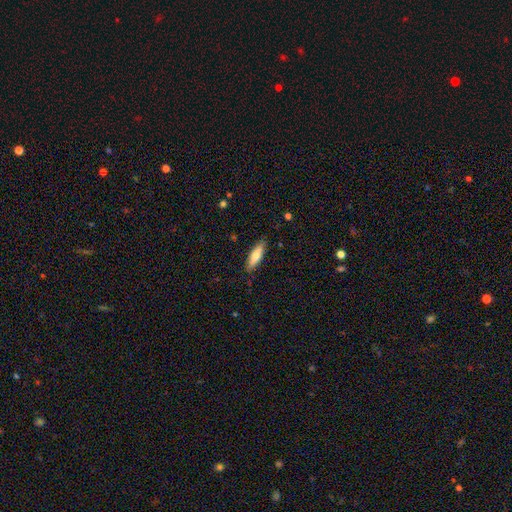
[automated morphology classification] Smooth or featured?
  - smooth: 70% *
  - featured or disk: 25%
  - star or artifact: 6%
How rounded?
  - cigar-shaped: 55% *
  - in between: 43%
  - round: 2%
Merging?
  - none: 85% *
  - minor disturbance: 12%
  - major disturbance: 2%
  - merger: 1%